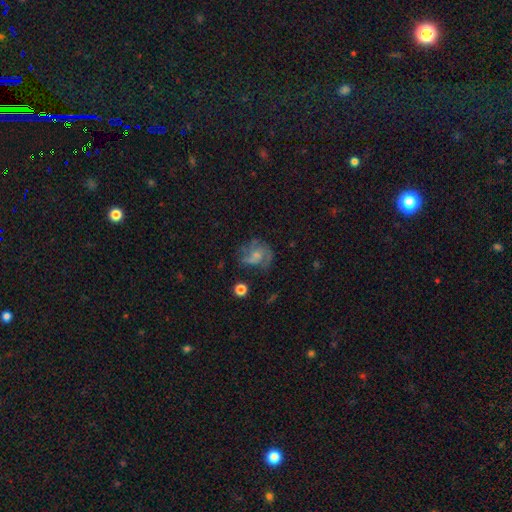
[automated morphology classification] Smooth or featured? featured or disk (56%)
Edge-on disk? no (98%)
Bar? no (74%)
Spiral arms? yes (74%)
Bulge size? small (52%)
Merging? none (47%)